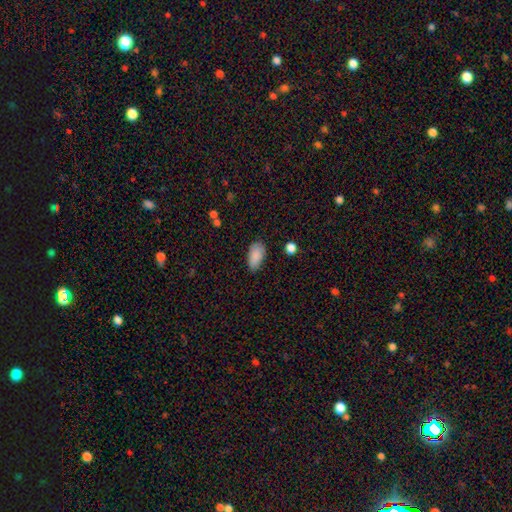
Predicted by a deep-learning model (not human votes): Smooth or featured? Predicted: smooth (p=0.88). How rounded? Predicted: in between (p=0.93). Merging? Predicted: none (p=0.75).